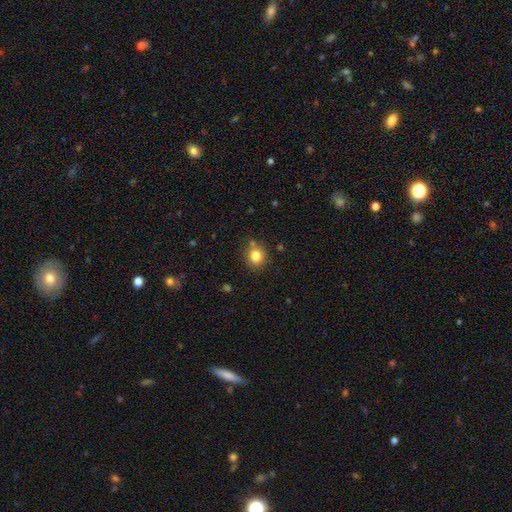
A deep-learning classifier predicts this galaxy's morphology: Smooth or featured? smooth (81%)
How rounded? round (81%)
Merging? none (78%)